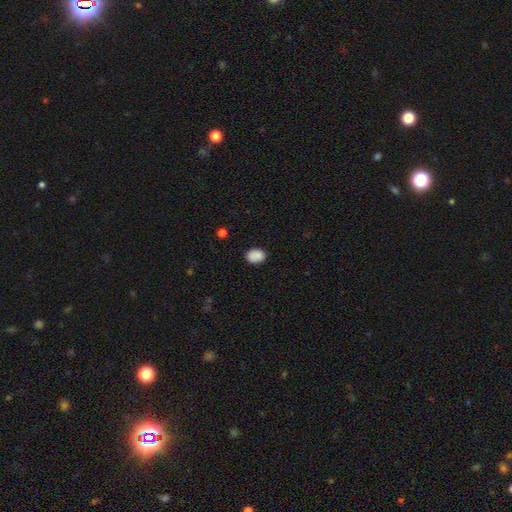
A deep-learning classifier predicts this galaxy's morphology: Smooth or featured? smooth (88%)
How rounded? in between (65%)
Merging? none (82%)